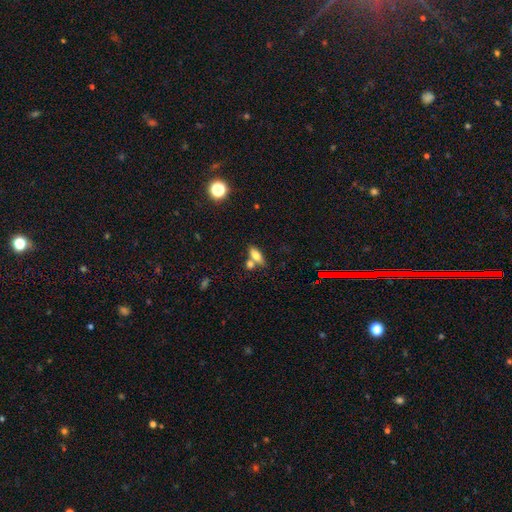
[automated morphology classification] smooth 72%, featured or disk 17%, star or artifact 10%. Down the decision tree: how rounded — in between (74%); merging — none (49%).